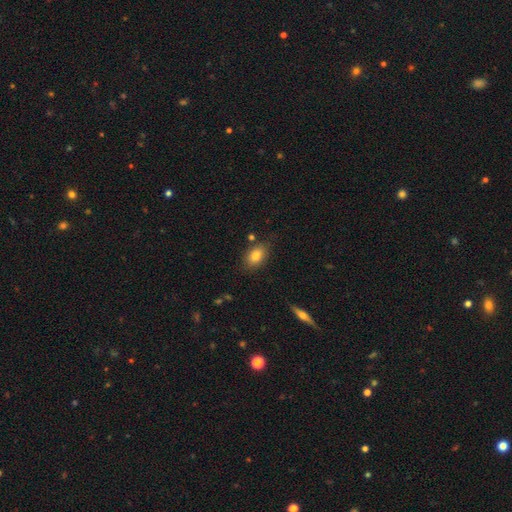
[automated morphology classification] This is clearly a smooth galaxy (82%). How rounded: clearly in between (84%). Merging: likely none (79%).